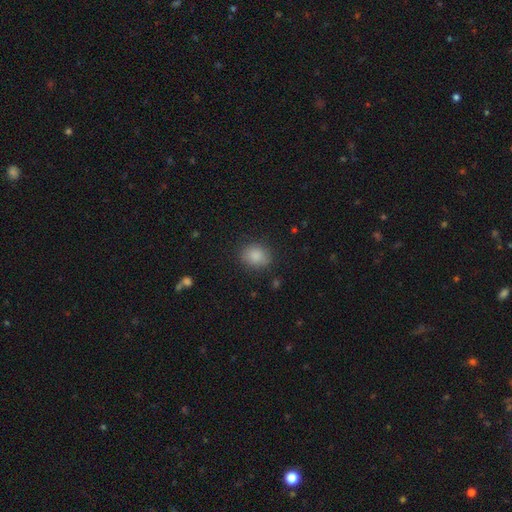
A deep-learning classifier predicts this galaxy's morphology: smooth-or-featured: smooth: 86% | star or artifact: 9% | featured or disk: 5%
  how-rounded: round: 62% | in between: 37% | cigar-shaped: 1%
  merging: none: 83% | minor disturbance: 12% | major disturbance: 3% | merger: 1%